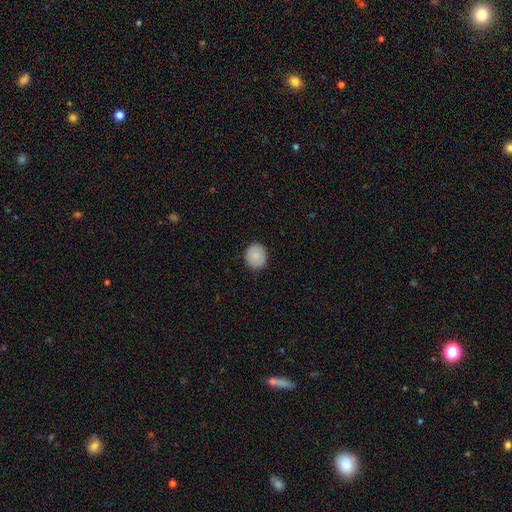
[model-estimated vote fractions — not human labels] smooth_or_featured: smooth (p=0.87) [alt: star or artifact p=0.07]
how_rounded: round (p=0.84) [alt: in between p=0.15]
merging: none (p=0.90) [alt: minor disturbance p=0.07]